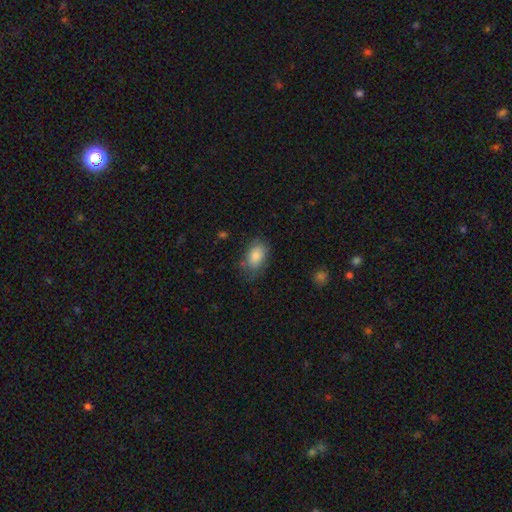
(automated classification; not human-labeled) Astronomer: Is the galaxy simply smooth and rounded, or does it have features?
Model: smooth — 85%.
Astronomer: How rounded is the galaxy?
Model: in between — 88%.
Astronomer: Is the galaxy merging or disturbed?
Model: none — 68%.